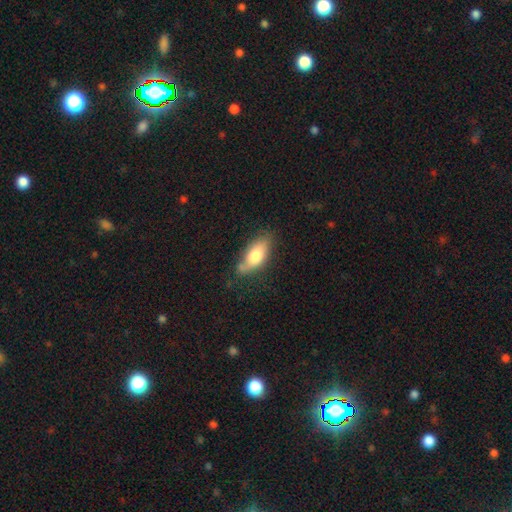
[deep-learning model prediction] smooth-or-featured: smooth: 72% | featured or disk: 22% | star or artifact: 7%
  how-rounded: in between: 82% | cigar-shaped: 15% | round: 3%
  merging: none: 62% | minor disturbance: 27% | major disturbance: 6% | merger: 4%